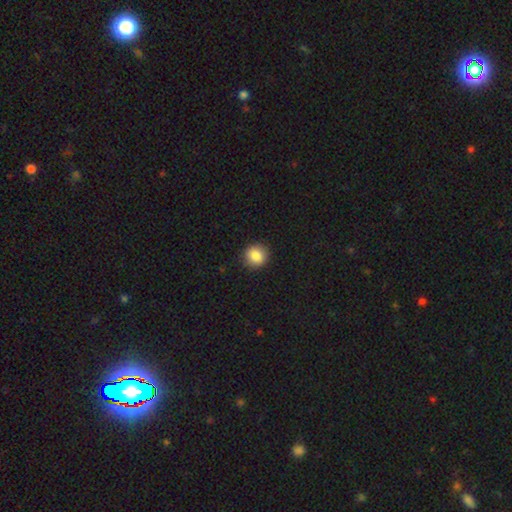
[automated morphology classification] Smooth or featured? smooth (85%)
How rounded? round (89%)
Merging? none (91%)